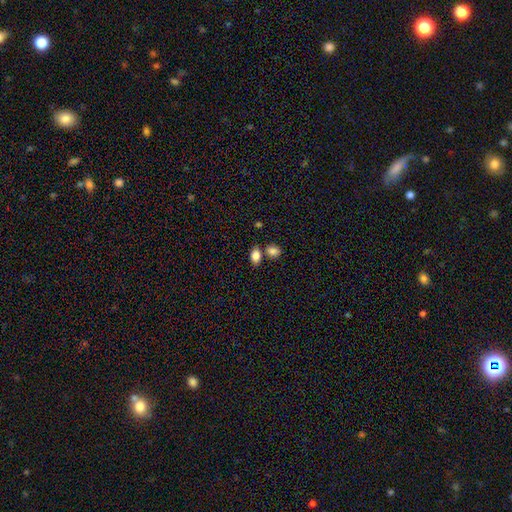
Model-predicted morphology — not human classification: smooth 85%, star or artifact 9%, featured or disk 6%. Down the decision tree: how rounded — in between (80%); merging — none (60%).